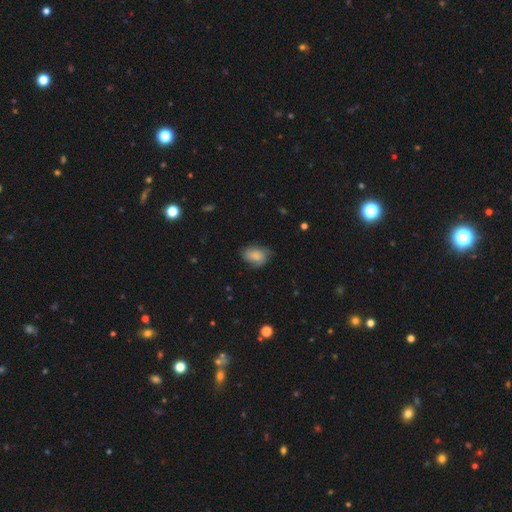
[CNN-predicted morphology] Smooth or featured? Predicted: smooth (p=0.76). How rounded? Predicted: in between (p=0.80). Merging? Predicted: none (p=0.58).